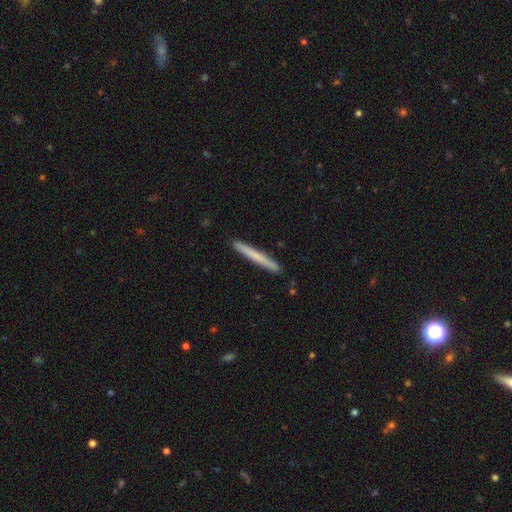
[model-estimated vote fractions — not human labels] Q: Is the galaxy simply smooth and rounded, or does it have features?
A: smooth — 66%.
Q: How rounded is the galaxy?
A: cigar-shaped — 97%.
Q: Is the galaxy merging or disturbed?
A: none — 92%.